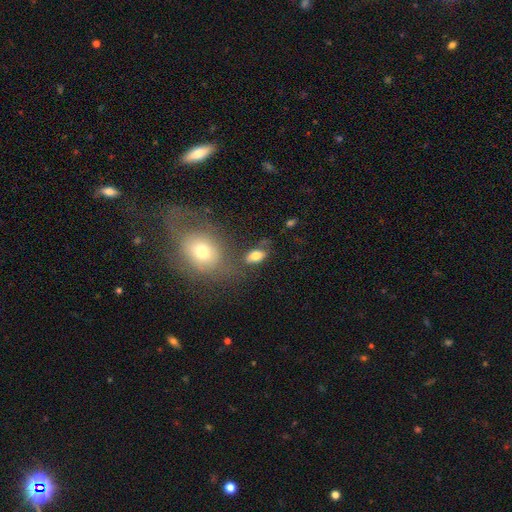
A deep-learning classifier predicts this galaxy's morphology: A smooth galaxy with no disk features (77%) that is in between round and cigar-shaped (87%). Merging: none (66%).